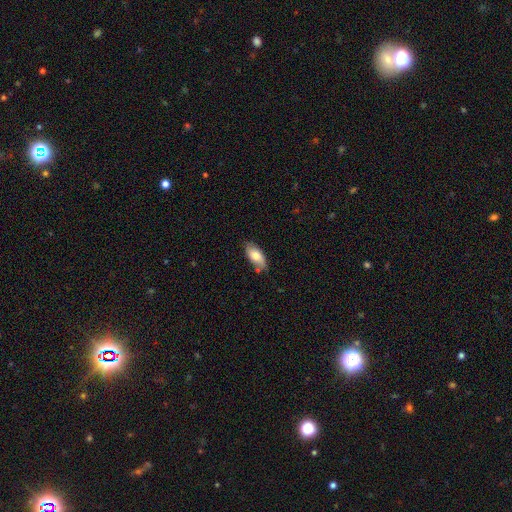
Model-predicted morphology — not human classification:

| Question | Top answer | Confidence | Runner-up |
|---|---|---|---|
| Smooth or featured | smooth | 72% | featured or disk (22%) |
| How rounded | in between | 89% | cigar-shaped (9%) |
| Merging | none | 76% | minor disturbance (18%) |